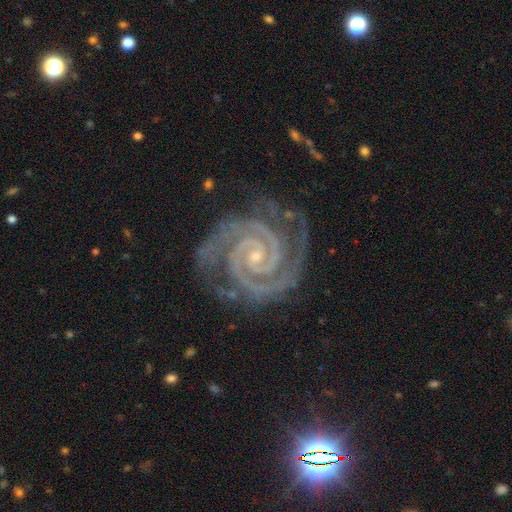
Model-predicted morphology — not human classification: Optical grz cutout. It shows a featured or disk galaxy (94%) with no bar (52%), 2 (85%) tight (85%) spiral arms (99%) and a small central bulge (82%). Merging: none (77%).